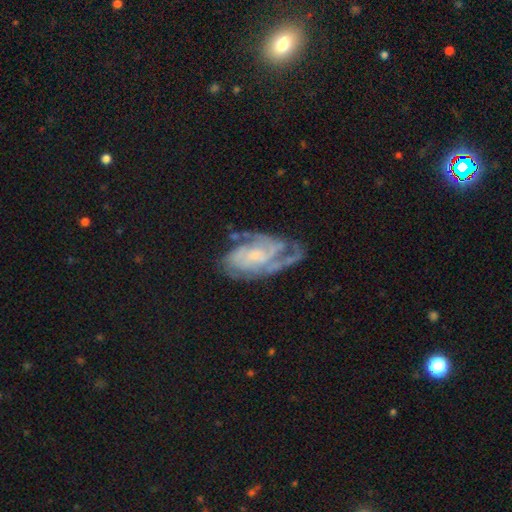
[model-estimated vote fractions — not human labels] Smooth or featured: featured or disk — 82% (smooth — 11%)
Edge-on disk: no — 96% (yes — 4%)
Bar: no — 65% (weak — 29%)
Spiral arms: yes — 91% (no — 9%)
Spiral winding: tight — 50% (medium — 38%)
Spiral arm count: can't tell — 33% (2 — 29%)
Bulge size: small — 55% (moderate — 27%)
Merging: none — 52% (minor disturbance — 25%)